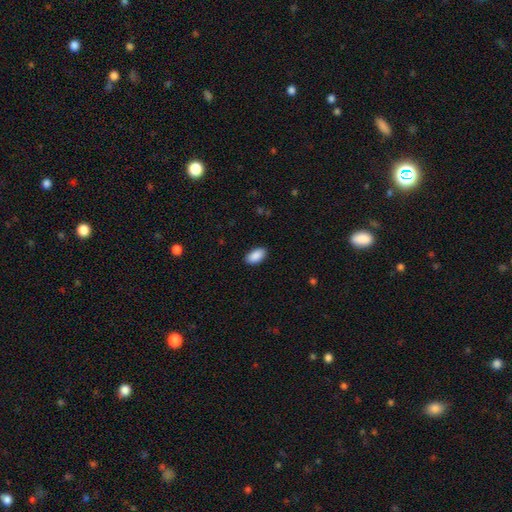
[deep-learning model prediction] This is clearly a smooth galaxy (90%). How rounded: clearly in between (95%). Merging: clearly none (89%).